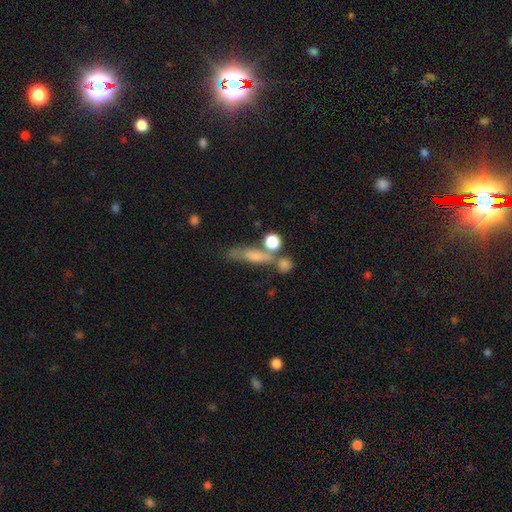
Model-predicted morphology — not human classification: type=smooth (51%); roundness=cigar-shaped (53%); merging=none (45%).